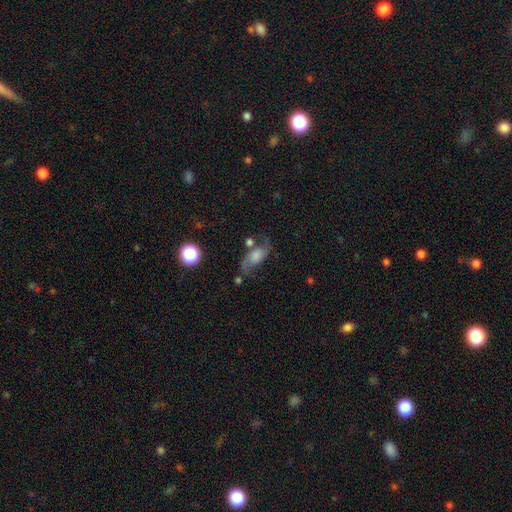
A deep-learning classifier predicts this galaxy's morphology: type=featured or disk (69%); edge-on=no (94%); bar=no (61%); spiral arms=yes (93%); winding=loose (72%); arm count=2 (92%); bulge=moderate (25%, tied with large); merging=none (54%).